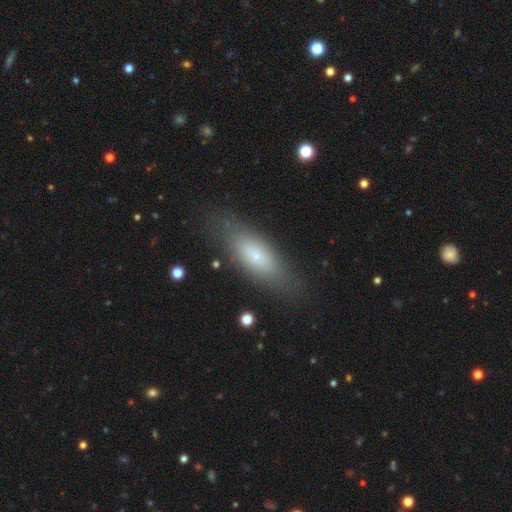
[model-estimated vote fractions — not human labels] smooth 63%, featured or disk 29%, star or artifact 9%. Down the decision tree: how rounded — in between (62%); merging — none (79%).